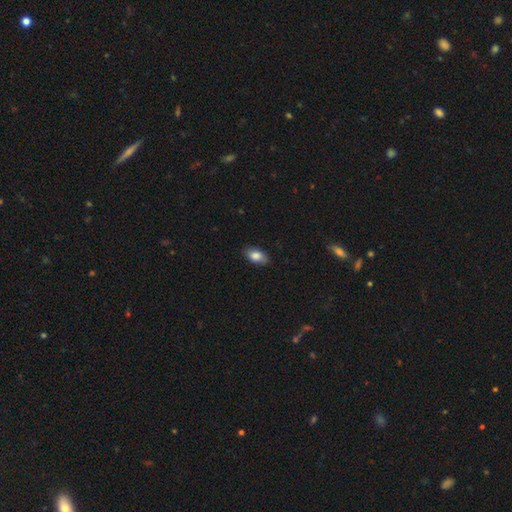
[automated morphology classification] Q: Smooth or featured?
A: smooth (85%); runner-up: featured or disk (8%)
Q: How rounded?
A: in between (91%); runner-up: round (5%)
Q: Merging?
A: none (86%); runner-up: minor disturbance (11%)